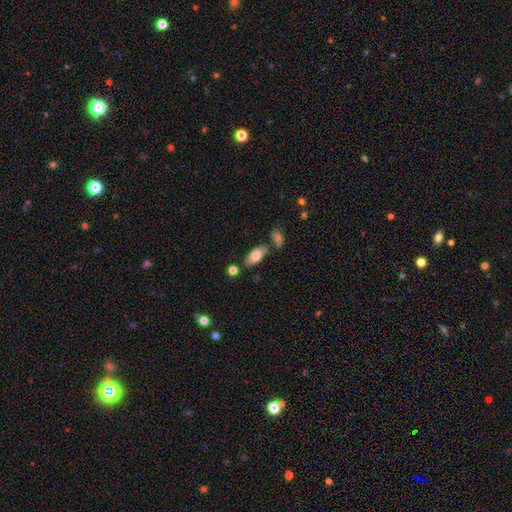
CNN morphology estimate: smooth_or_featured: smooth (p=0.78) [alt: featured or disk p=0.16]
how_rounded: in between (p=0.89) [alt: cigar-shaped p=0.09]
merging: none (p=0.72) [alt: minor disturbance p=0.14]